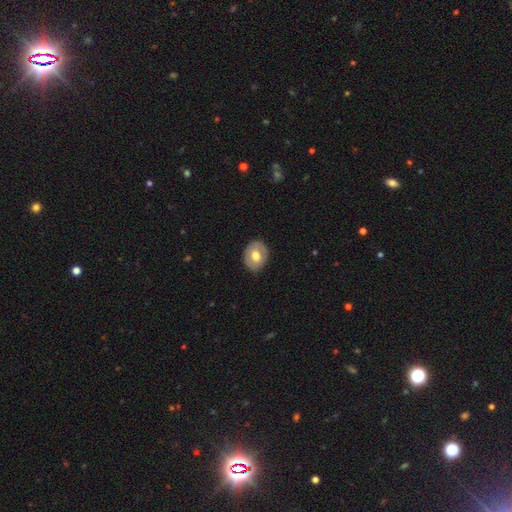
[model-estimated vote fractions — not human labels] This appears to be a smooth galaxy with no disk features (63%) that is in between round and cigar-shaped (54%). Merging: none (85%).